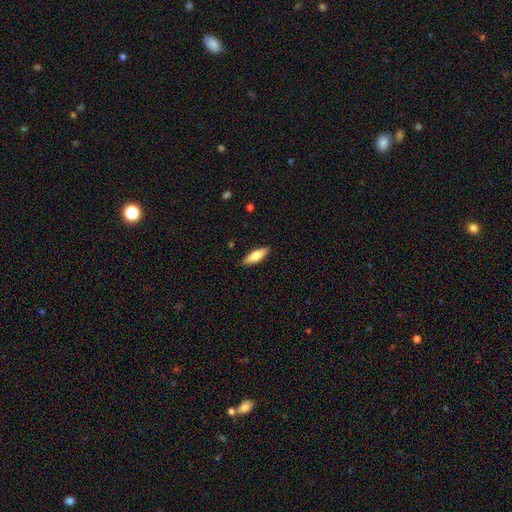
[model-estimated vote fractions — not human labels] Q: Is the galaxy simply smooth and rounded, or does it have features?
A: smooth — 67%.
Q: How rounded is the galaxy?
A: in between — 57%.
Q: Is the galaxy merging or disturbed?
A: none — 89%.